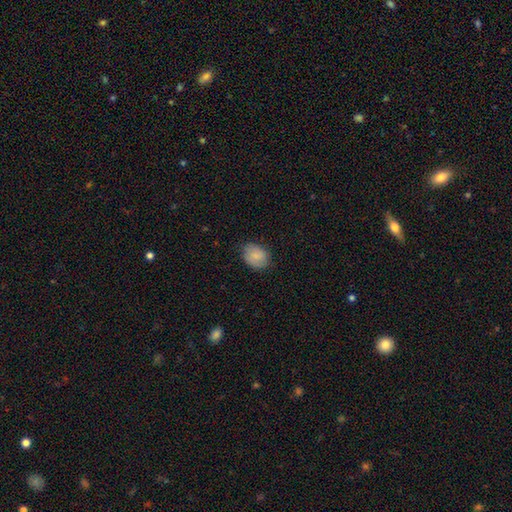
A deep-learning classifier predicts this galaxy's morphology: smooth-or-featured: smooth: 82% | featured or disk: 11% | star or artifact: 7%
  how-rounded: in between: 57% | round: 42% | cigar-shaped: 1%
  merging: none: 78% | minor disturbance: 18% | major disturbance: 4% | merger: 1%